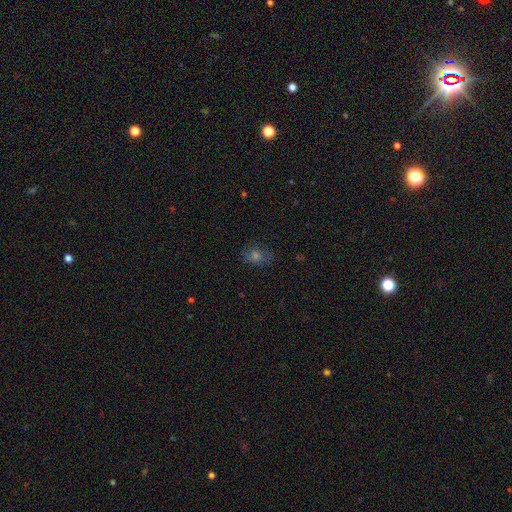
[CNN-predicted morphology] smooth 55%, star or artifact 26%, featured or disk 19%. Down the decision tree: how rounded — in between (62%); merging — none (78%).